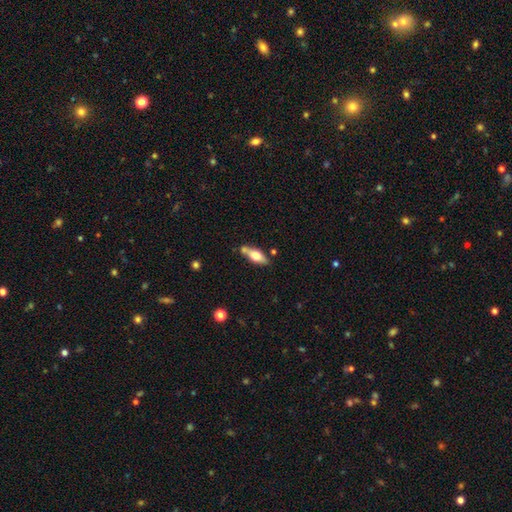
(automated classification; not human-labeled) Overall: smooth (56%; featured or disk 38%). How rounded: in between (64%; cigar-shaped 33%). Merging: none (68%).